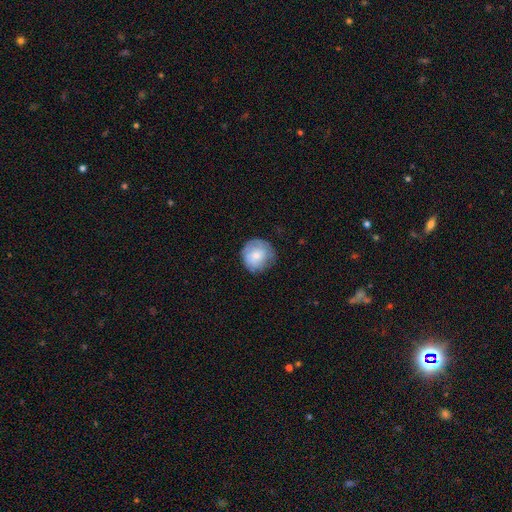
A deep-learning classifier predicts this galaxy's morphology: Overall: smooth (71%). How rounded: round (91%). Merging: none (73%).